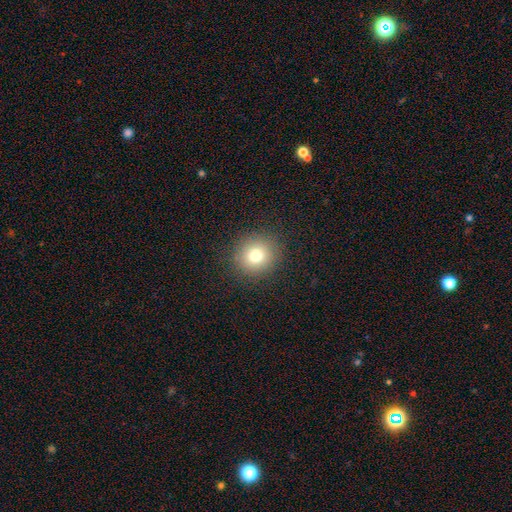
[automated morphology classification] A smooth galaxy with no disk features (77%) that is round (88%). Merging: none (90%).